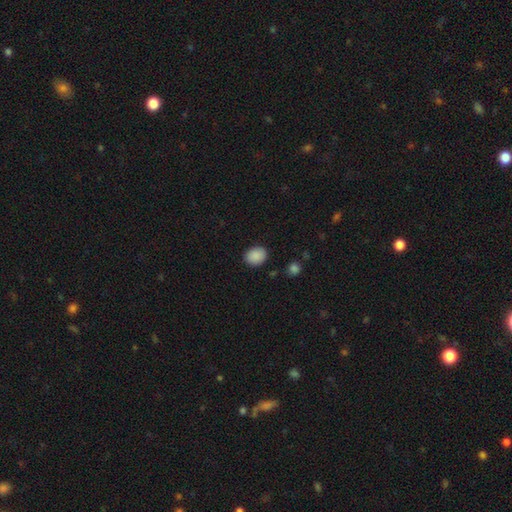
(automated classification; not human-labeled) Q: Smooth or featured?
A: smooth (89%); runner-up: star or artifact (8%)
Q: How rounded?
A: in between (50%); runner-up: round (49%)
Q: Merging?
A: none (88%); runner-up: minor disturbance (9%)